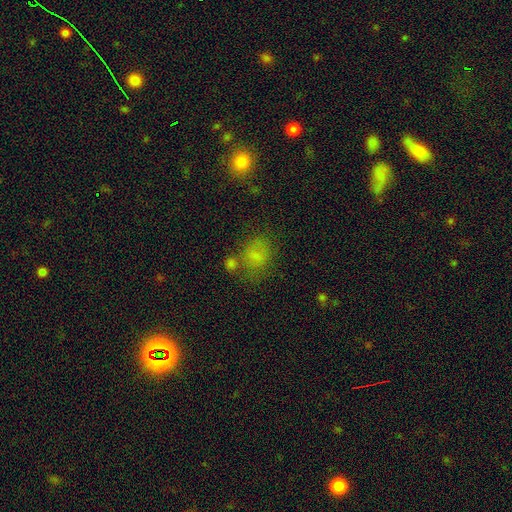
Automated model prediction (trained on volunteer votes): Smooth or featured? Predicted: smooth (p=0.67). How rounded? Predicted: in between (p=0.51). Merging? Predicted: none (p=0.55).